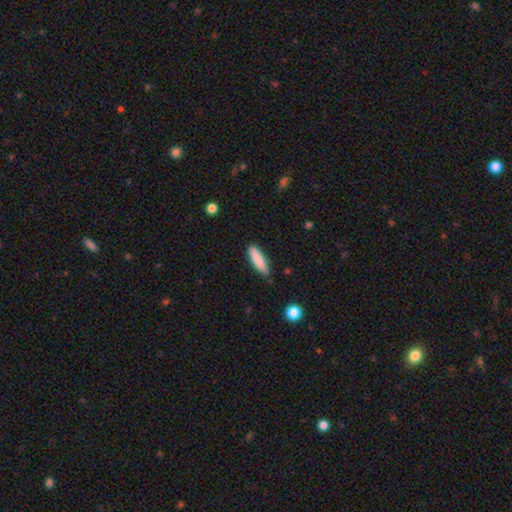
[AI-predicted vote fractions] smooth-or-featured: smooth: 85% | featured or disk: 9% | star or artifact: 6%
  how-rounded: cigar-shaped: 74% | in between: 25% | round: 1%
  merging: none: 82% | minor disturbance: 14% | major disturbance: 2% | merger: 2%